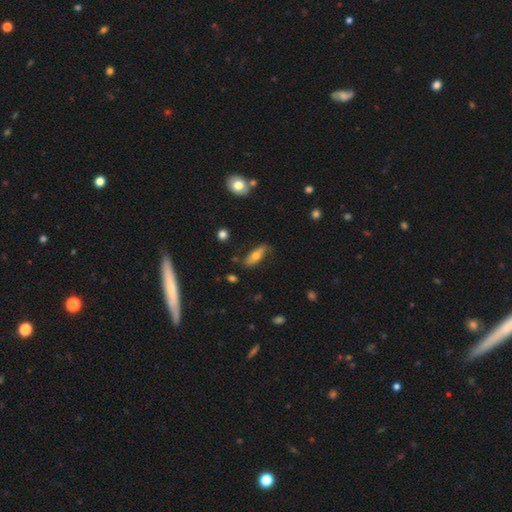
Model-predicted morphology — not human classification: Smooth or featured? smooth (52%)
How rounded? in between (62%)
Merging? none (65%)